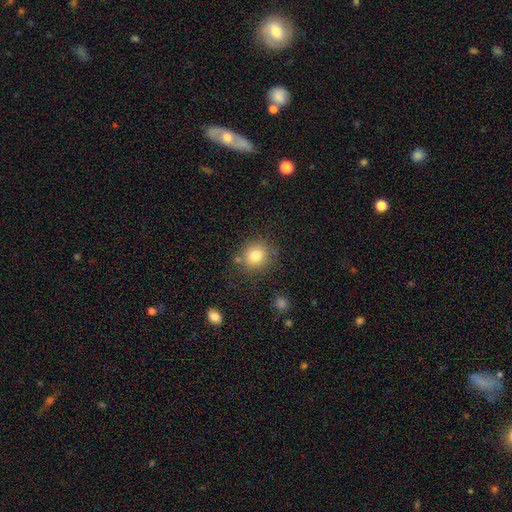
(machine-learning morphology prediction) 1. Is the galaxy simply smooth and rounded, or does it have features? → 81% smooth, 11% star or artifact, 8% featured or disk.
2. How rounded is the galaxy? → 85% round, 14% in between, 1% cigar-shaped.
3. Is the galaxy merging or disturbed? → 80% none, 11% minor disturbance, 5% merger, 4% major disturbance.